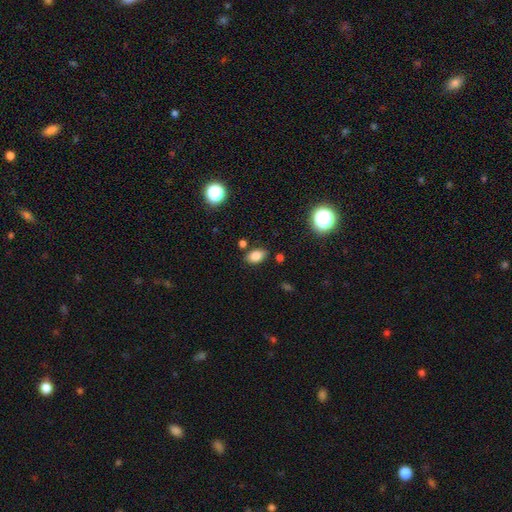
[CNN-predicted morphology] A smooth galaxy with no disk features (81%) that is in between round and cigar-shaped (87%). Merging: none (81%).